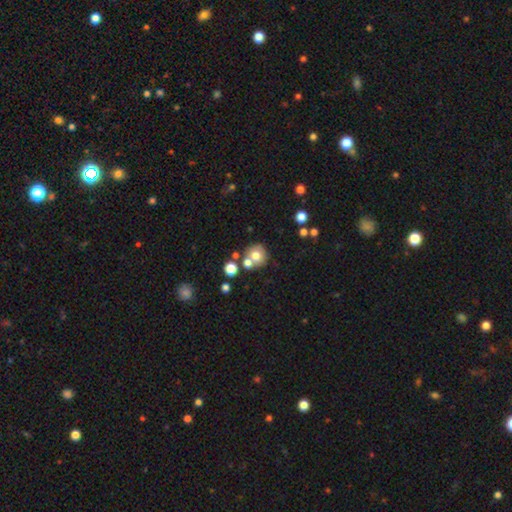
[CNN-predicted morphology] A smooth galaxy with no disk features (71%) that is round (87%). Merging: none (56%).